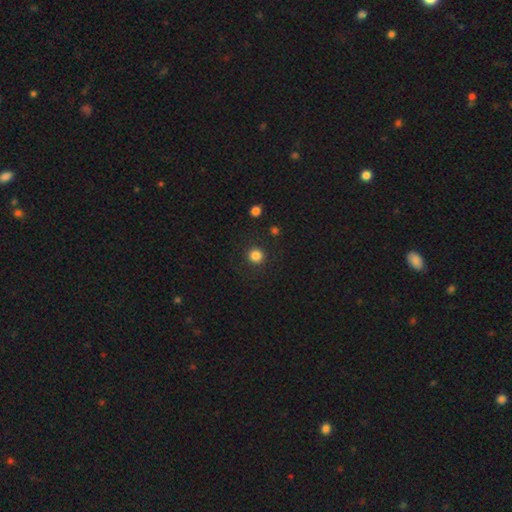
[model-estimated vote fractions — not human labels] smooth 84%, star or artifact 12%, featured or disk 4%. Down the decision tree: how rounded — round (94%); merging — none (90%).